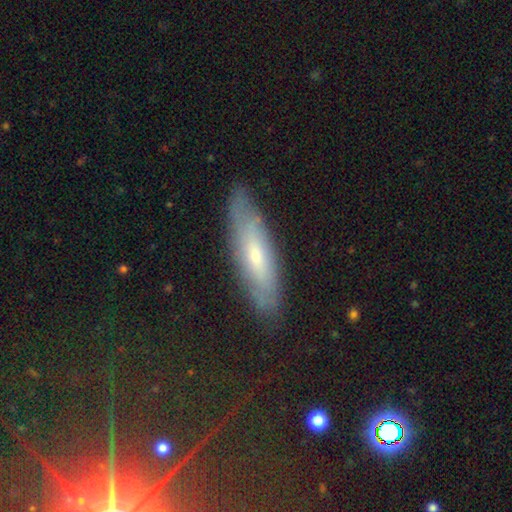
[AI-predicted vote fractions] Smooth or featured? Predicted: featured or disk (p=0.50). Edge-on disk? Predicted: no (p=0.52). Merging? Predicted: none (p=0.83).